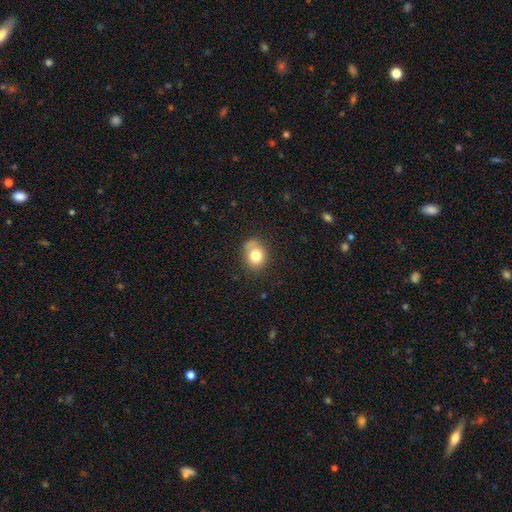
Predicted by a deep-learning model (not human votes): Morphology: type=smooth (78%); roundness=round (59%); merging=none (64%).